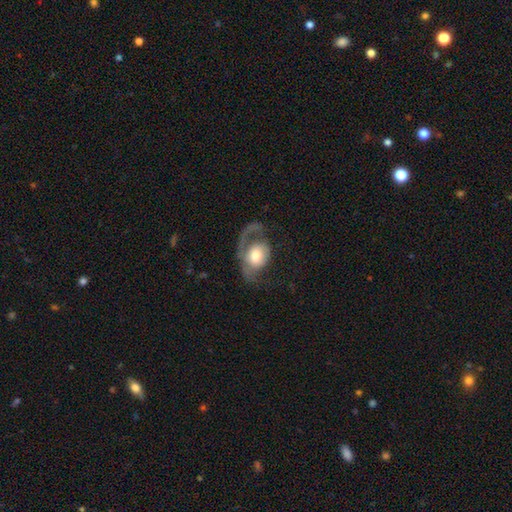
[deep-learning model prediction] A featured or disk galaxy (50%). Merging: major disturbance (56%).